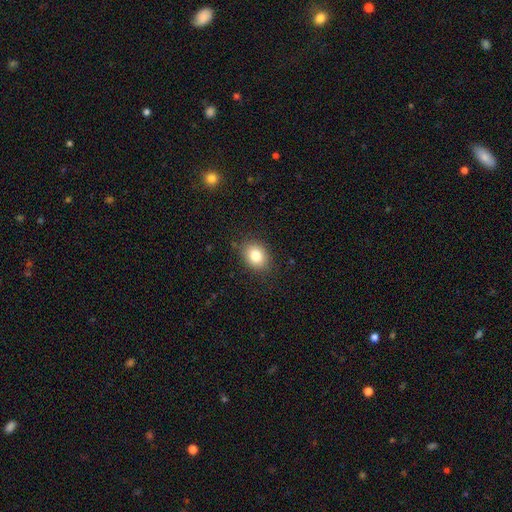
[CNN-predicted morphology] type=smooth (81%); roundness=in between (55%); merging=none (85%).